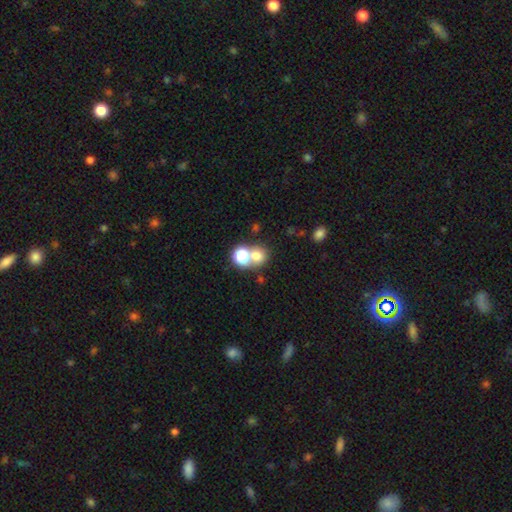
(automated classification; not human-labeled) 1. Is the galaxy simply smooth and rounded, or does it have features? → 71% smooth, 18% star or artifact, 11% featured or disk.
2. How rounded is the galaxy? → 81% round, 18% in between, 1% cigar-shaped.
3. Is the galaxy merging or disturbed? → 46% none, 44% merger, 7% minor disturbance, 4% major disturbance.